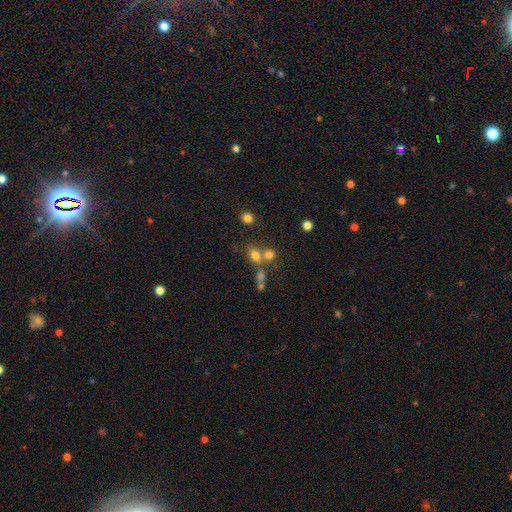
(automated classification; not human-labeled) The model was most divided on "merging": none: 44%, merger: 42%, minor disturbance: 9%, major disturbance: 5%. More confident: smooth or featured — smooth (69%); how rounded — round (61%).